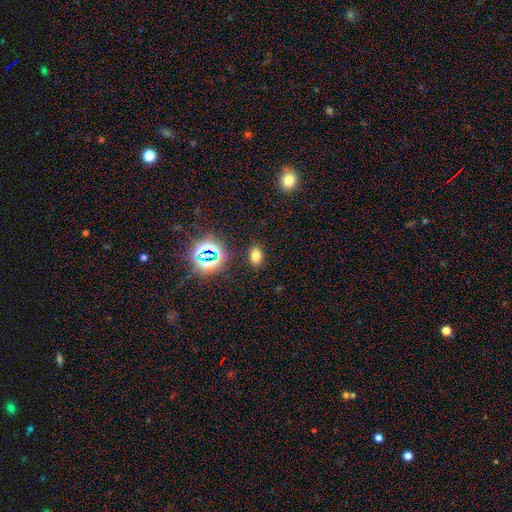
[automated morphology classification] Smooth or featured? Predicted: smooth (p=0.69). How rounded? Predicted: in between (p=0.82). Merging? Predicted: none (p=0.87).